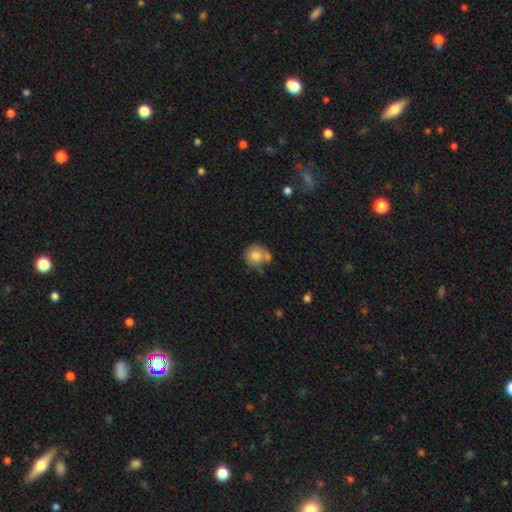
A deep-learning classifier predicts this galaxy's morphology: Smooth or featured: smooth — 77% (featured or disk — 14%)
How rounded: round — 85% (in between — 15%)
Merging: none — 51% (merger — 25%)